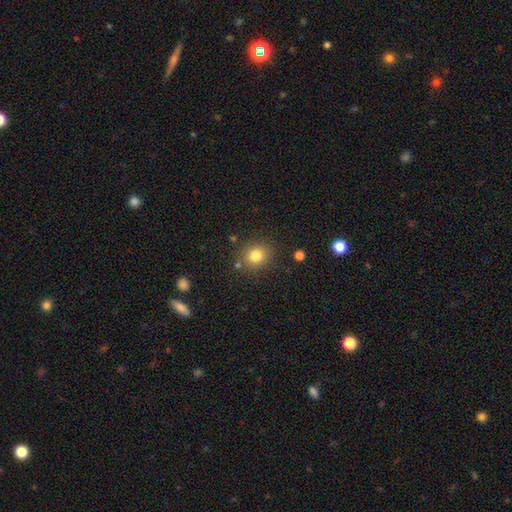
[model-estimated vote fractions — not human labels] This is clearly a smooth galaxy (81%). How rounded: clearly round (81%). Merging: clearly none (83%).